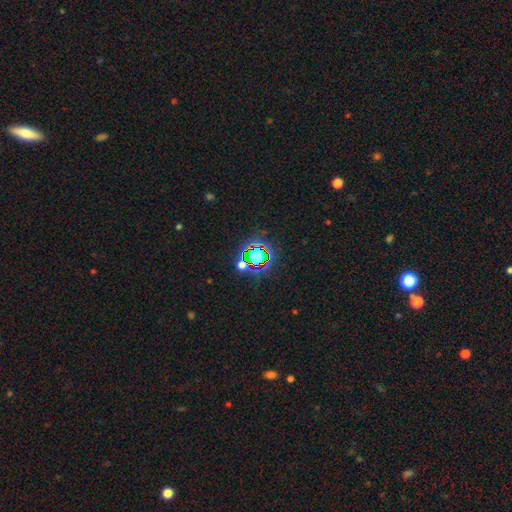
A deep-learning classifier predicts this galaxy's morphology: Smooth or featured? Predicted: star or artifact (p=0.61).